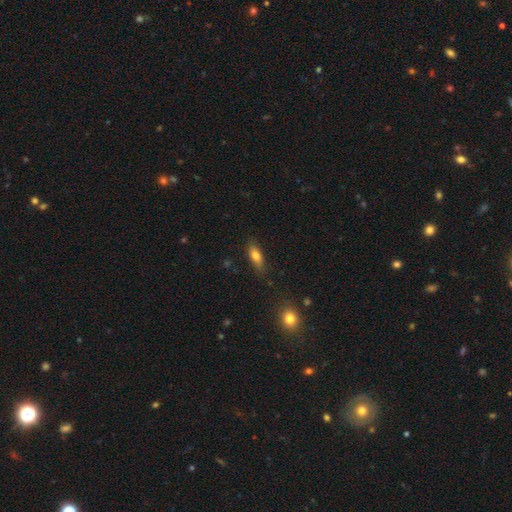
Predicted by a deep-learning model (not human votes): A smooth galaxy with no disk features (75%) that is in between round and cigar-shaped (67%). Merging: none (78%).